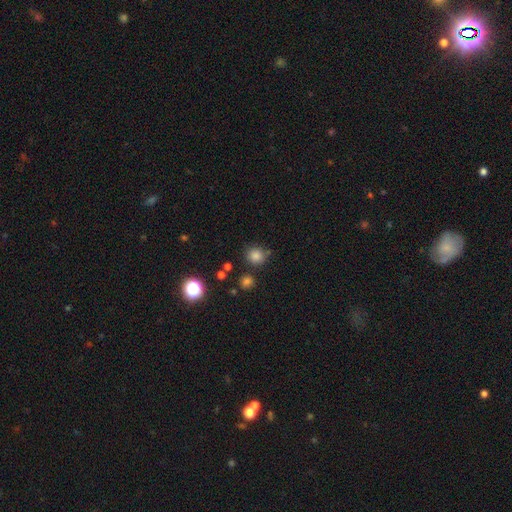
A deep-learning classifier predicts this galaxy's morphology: Smooth or featured? Predicted: smooth (p=0.81). How rounded? Predicted: round (p=0.88). Merging? Predicted: none (p=0.79).